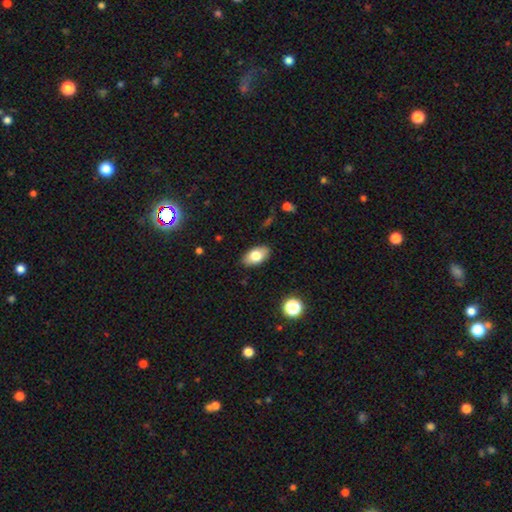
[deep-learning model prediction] A smooth galaxy with no disk features (77%) that is in between round and cigar-shaped (92%). Merging: none (87%).